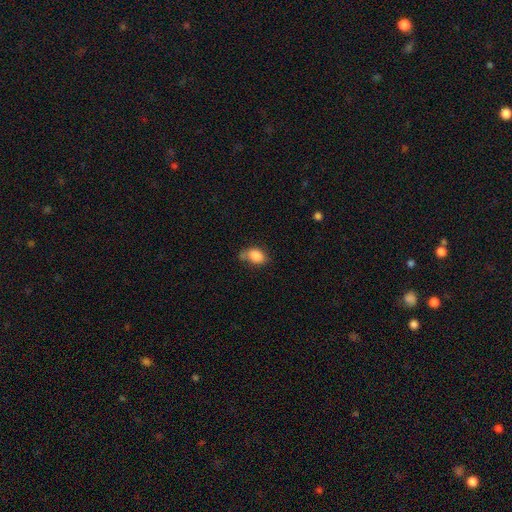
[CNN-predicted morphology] This is clearly a smooth galaxy (86%). How rounded: likely in between (79%). Merging: possibly none (55%).